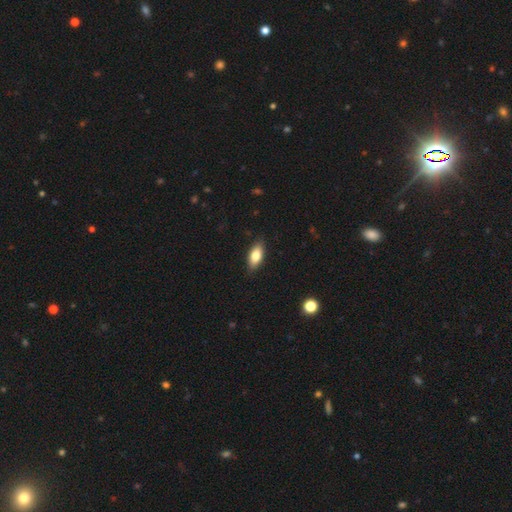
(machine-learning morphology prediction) Q: Smooth or featured?
A: smooth (76%); runner-up: featured or disk (17%)
Q: How rounded?
A: in between (84%); runner-up: cigar-shaped (13%)
Q: Merging?
A: none (86%); runner-up: minor disturbance (11%)